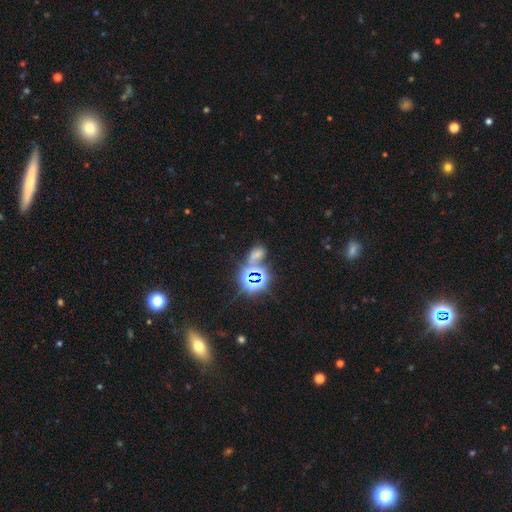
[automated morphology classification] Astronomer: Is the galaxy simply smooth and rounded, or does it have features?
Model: star or artifact — 54% (runner-up: smooth, 34%).